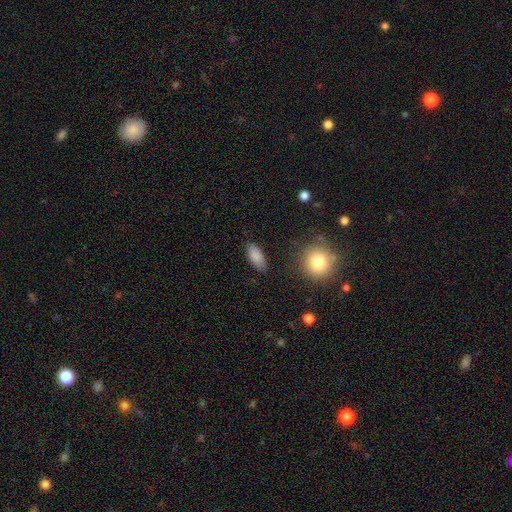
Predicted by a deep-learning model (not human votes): smooth_or_featured: smooth (p=0.87) [alt: star or artifact p=0.07]
how_rounded: in between (p=0.85) [alt: cigar-shaped p=0.12]
merging: none (p=0.84) [alt: minor disturbance p=0.11]